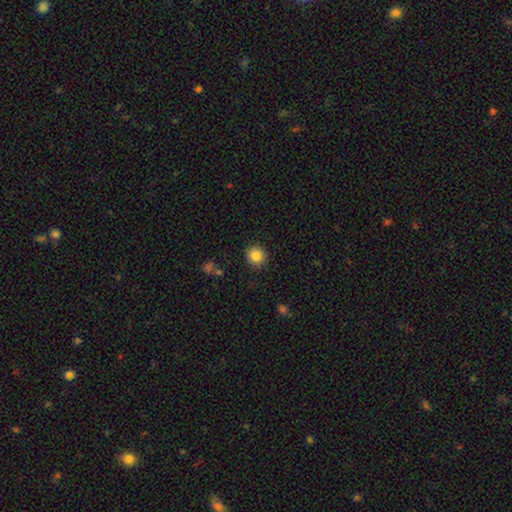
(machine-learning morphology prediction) type=smooth (84%); roundness=round (90%); merging=none (89%).